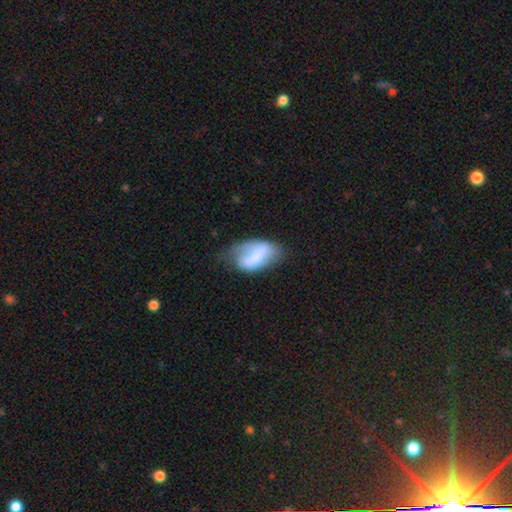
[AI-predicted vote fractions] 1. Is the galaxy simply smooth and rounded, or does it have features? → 58% smooth, 35% featured or disk, 7% star or artifact.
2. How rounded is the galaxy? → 91% in between, 6% round, 2% cigar-shaped.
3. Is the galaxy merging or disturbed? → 38% none, 35% minor disturbance, 23% major disturbance, 4% merger.